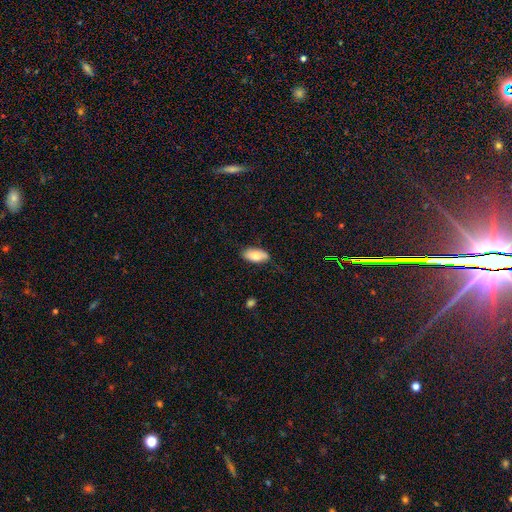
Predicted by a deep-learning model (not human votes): smooth 81%, featured or disk 12%, star or artifact 7%. Down the decision tree: how rounded — in between (91%); merging — none (72%).